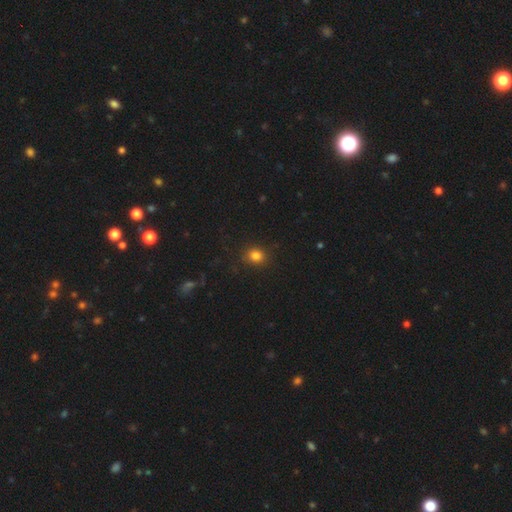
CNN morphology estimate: A smooth galaxy with no disk features (83%) that is round (78%). Merging: none (87%).